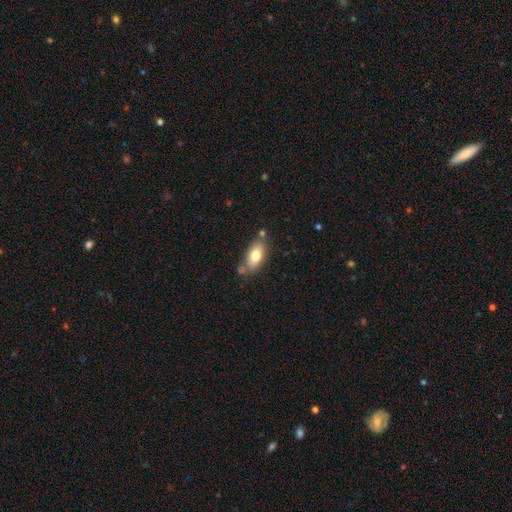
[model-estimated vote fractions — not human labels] smooth_or_featured: smooth (p=0.74) [alt: featured or disk p=0.18]
how_rounded: in between (p=0.87) [alt: cigar-shaped p=0.09]
merging: none (p=0.64) [alt: minor disturbance p=0.19]